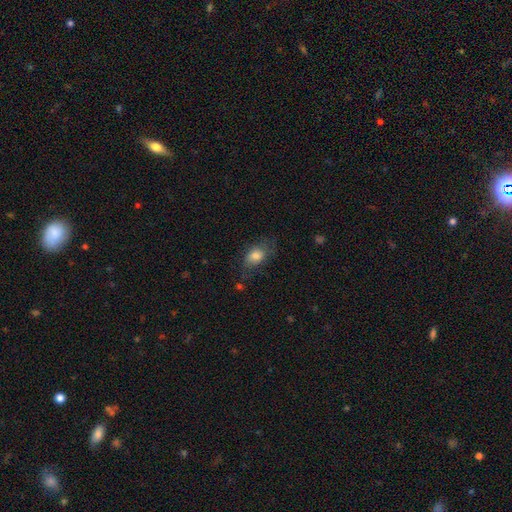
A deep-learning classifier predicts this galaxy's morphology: smooth 76%, featured or disk 15%, star or artifact 8%. Down the decision tree: how rounded — in between (81%); merging — none (59%).